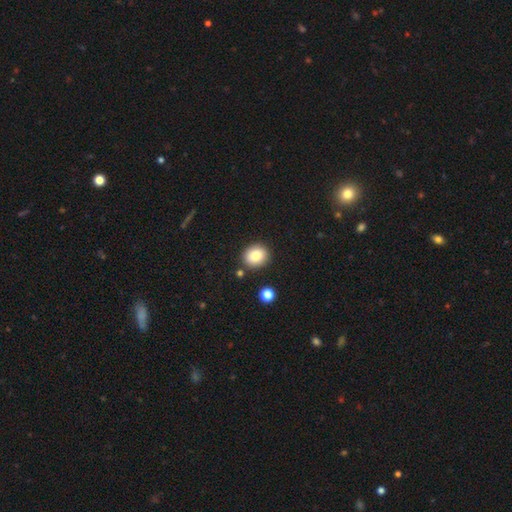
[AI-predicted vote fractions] This is clearly a smooth galaxy (84%). How rounded: likely round (73%). Merging: clearly none (86%).